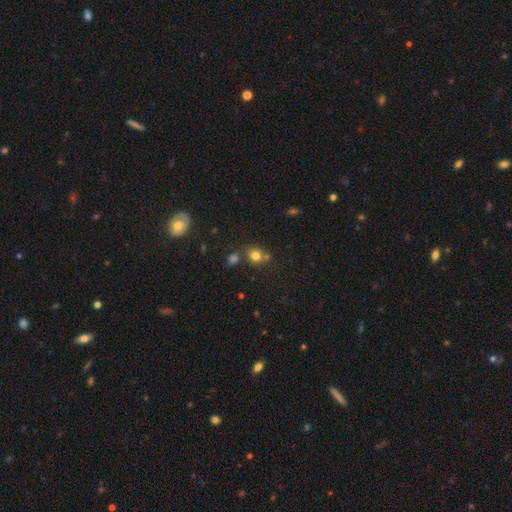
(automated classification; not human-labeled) Smooth or featured: smooth — 76% (star or artifact — 16%)
How rounded: round — 79% (in between — 20%)
Merging: none — 63% (merger — 21%)